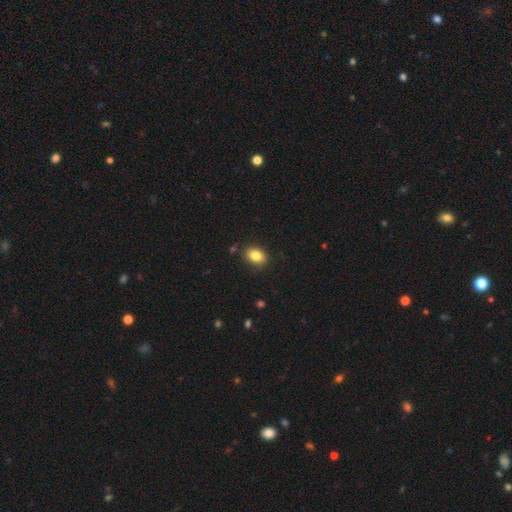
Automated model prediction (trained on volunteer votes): Overall: smooth (84%). How rounded: in between (74%). Merging: none (85%).